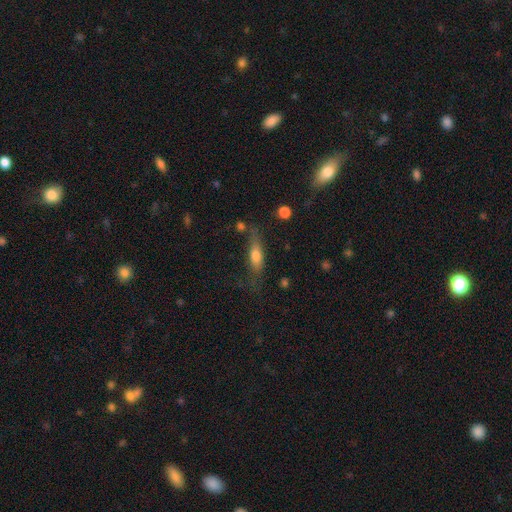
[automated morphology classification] The model was most divided on "how rounded": cigar-shaped: 50%, in between: 46%, round: 4%. More confident: smooth or featured — smooth (60%); merging — none (58%).